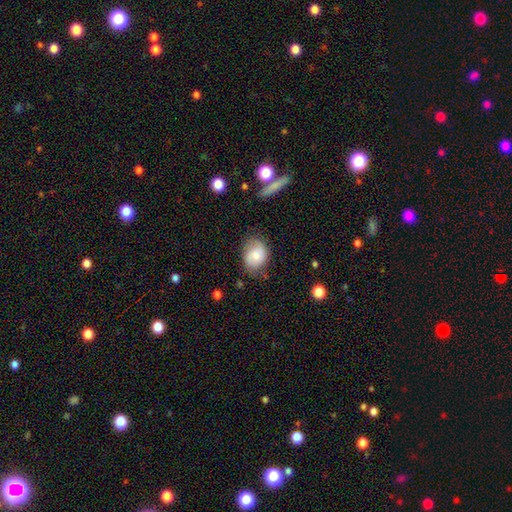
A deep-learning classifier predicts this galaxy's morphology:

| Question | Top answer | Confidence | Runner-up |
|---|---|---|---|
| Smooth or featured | smooth | 66% | featured or disk (26%) |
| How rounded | in between | 55% | round (44%) |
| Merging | none | 63% | minor disturbance (27%) |